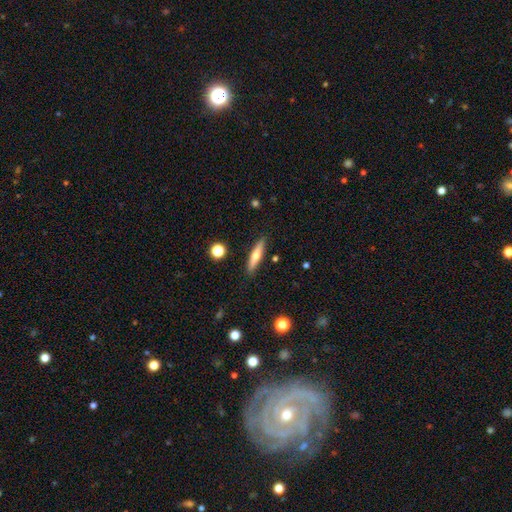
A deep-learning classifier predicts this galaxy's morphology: The model was most divided on "smooth or featured": smooth: 48%, featured or disk: 45%, star or artifact: 7%. More confident: merging — none (88%).